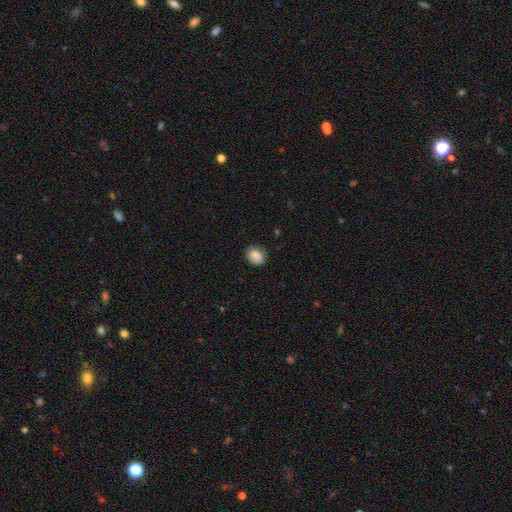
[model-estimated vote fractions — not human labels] Morphology: type=smooth (83%); roundness=in between (58%); merging=none (74%).